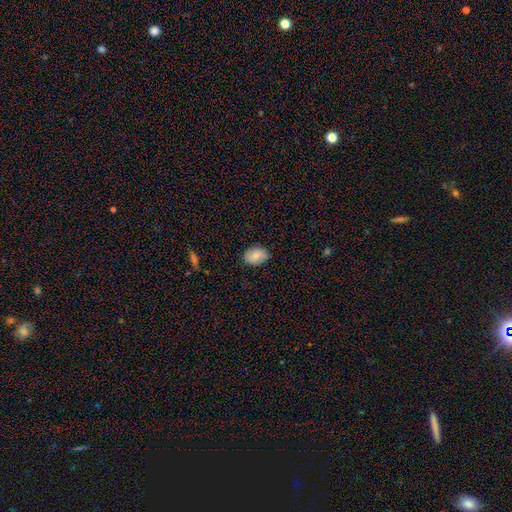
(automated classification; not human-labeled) smooth 80%, featured or disk 13%, star or artifact 7%. Down the decision tree: how rounded — in between (78%); merging — none (80%).